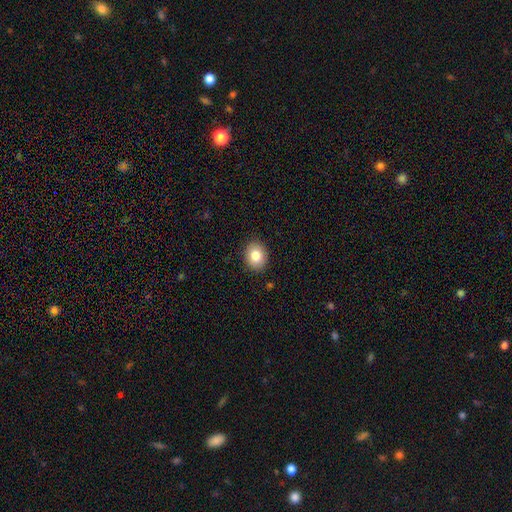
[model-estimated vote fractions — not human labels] smooth-or-featured: smooth: 83% | featured or disk: 9% | star or artifact: 8%
  how-rounded: round: 51% | in between: 48% | cigar-shaped: 1%
  merging: none: 89% | minor disturbance: 8% | major disturbance: 2% | merger: 1%